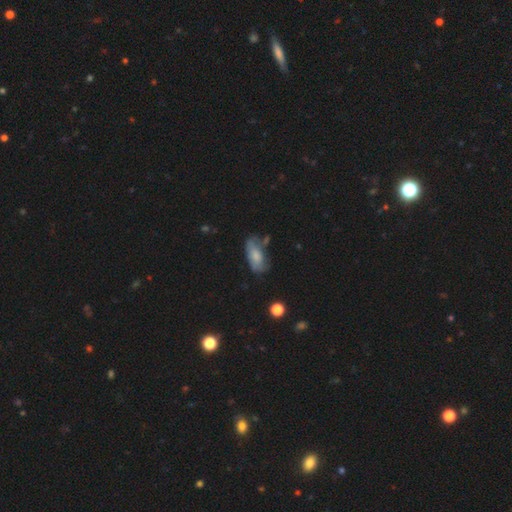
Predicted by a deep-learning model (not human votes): A smooth galaxy with no disk features (67%) that is in between round and cigar-shaped (87%).

Vote fractions:
- Smooth or featured? smooth: 67% / featured or disk: 26% / star or artifact: 8%
- How rounded? in between: 87% / cigar-shaped: 9% / round: 3%
- Merging? none: 45% / minor disturbance: 32% / major disturbance: 16% / merger: 8%